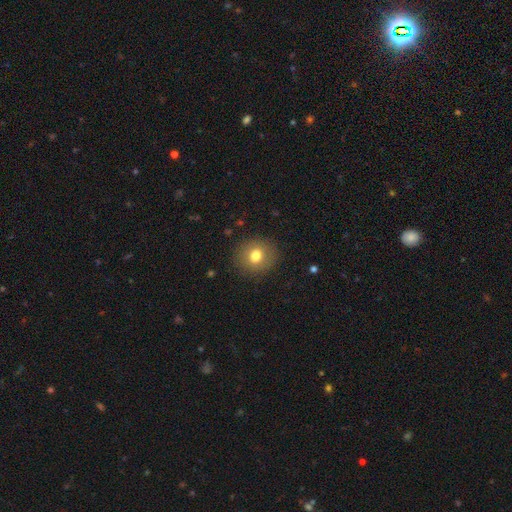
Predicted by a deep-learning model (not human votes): Morphology: type=smooth (76%); roundness=round (84%); merging=none (88%).